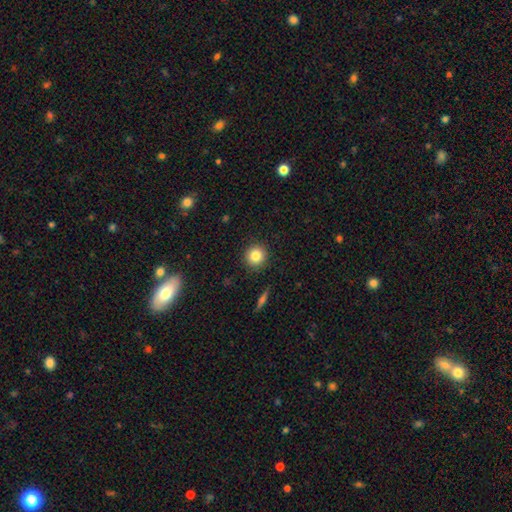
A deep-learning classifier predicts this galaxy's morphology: Q: Smooth or featured?
A: smooth (82%); runner-up: star or artifact (11%)
Q: How rounded?
A: round (94%); runner-up: in between (5%)
Q: Merging?
A: none (91%); runner-up: minor disturbance (5%)